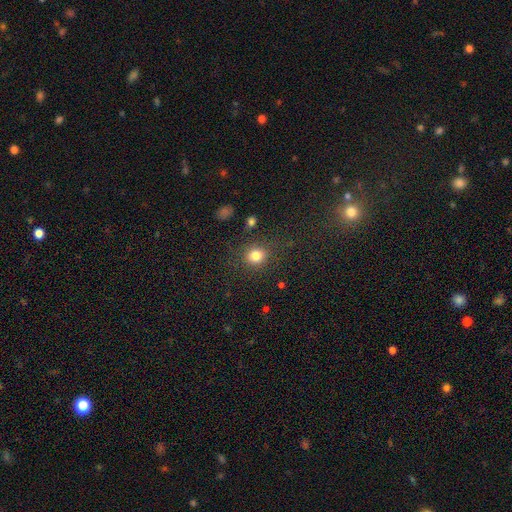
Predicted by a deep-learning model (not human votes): smooth 82%, star or artifact 12%, featured or disk 6%. Down the decision tree: how rounded — round (83%); merging — none (84%).